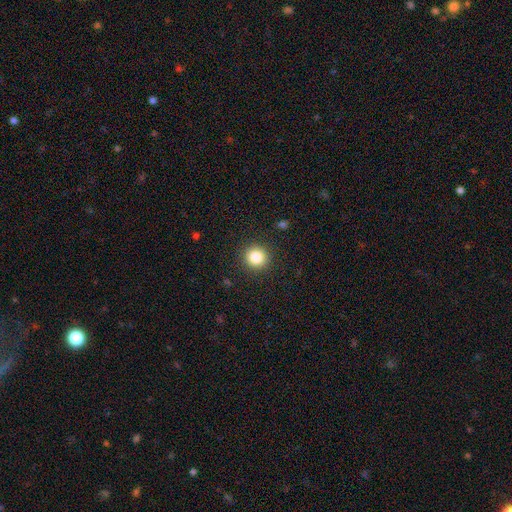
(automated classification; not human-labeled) A smooth galaxy with no disk features (82%) that is round (94%). Merging: none (93%).